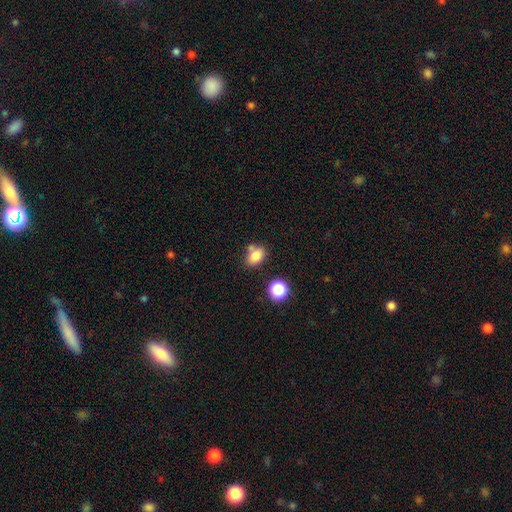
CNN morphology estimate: A smooth galaxy with no disk features (81%) that is in between round and cigar-shaped (74%). Merging: none (60%).